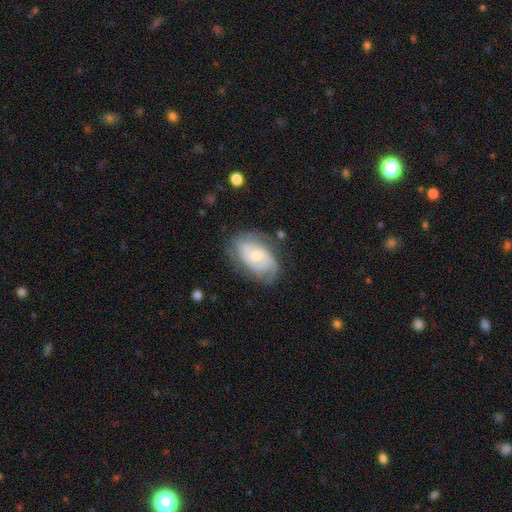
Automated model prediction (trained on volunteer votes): A featured or disk galaxy (76%) with no bar (65%), 2 (42%) tight (49%) spiral arms (89%) and a moderate central bulge (50%).

Vote fractions:
- Smooth or featured? featured or disk: 76% / smooth: 18% / star or artifact: 6%
- Edge-on disk? no: 96% / yes: 4%
- Bar? no: 65% / weak: 30% / strong: 5%
- Spiral arms? yes: 89% / no: 11%
- Spiral winding? tight: 49% / medium: 38% / loose: 13%
- Spiral arm count? 2: 42% / can't tell: 33% / 3: 14% / 1: 5% / 4: 4% / more than 4: 3%
- Bulge size? moderate: 50% / small: 44% / large: 3% / none: 2% / dominant: 1%
- Merging? none: 65% / minor disturbance: 23% / major disturbance: 10% / merger: 2%